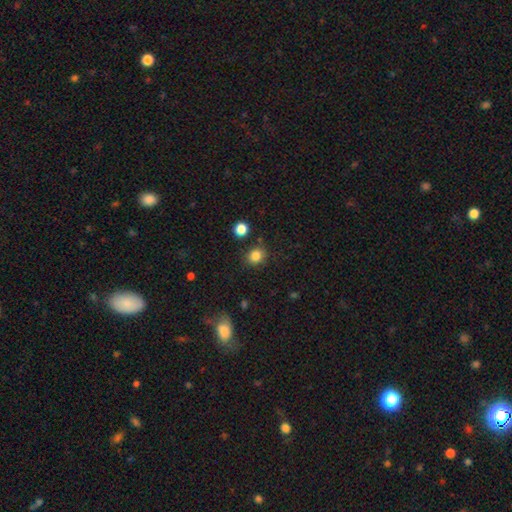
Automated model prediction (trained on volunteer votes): This appears to be a smooth galaxy with no disk features (84%) that is round (70%). Merging: none (82%).